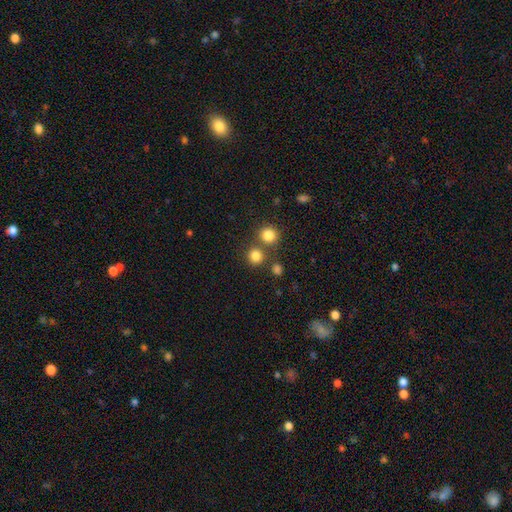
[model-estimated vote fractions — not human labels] The model was most divided on "merging": none: 70%, merger: 20%, minor disturbance: 7%, major disturbance: 3%. More confident: how rounded — round (90%); smooth or featured — smooth (81%).